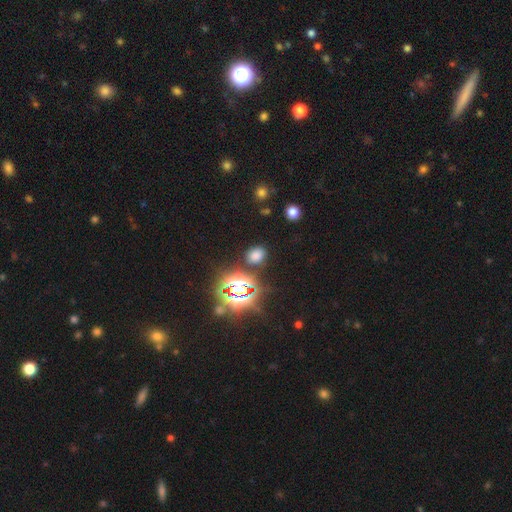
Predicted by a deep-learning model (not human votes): Smooth or featured?
  - smooth: 62% *
  - star or artifact: 31%
  - featured or disk: 7%
How rounded?
  - in between: 55% *
  - round: 44%
  - cigar-shaped: 1%
Merging?
  - none: 82% *
  - minor disturbance: 10%
  - major disturbance: 4%
  - merger: 4%